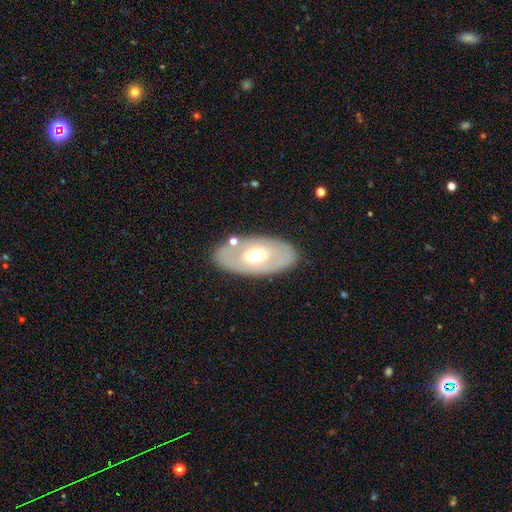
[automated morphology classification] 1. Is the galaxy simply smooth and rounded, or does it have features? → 51% featured or disk, 44% smooth, 6% star or artifact.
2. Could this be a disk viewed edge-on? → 85% no, 15% yes.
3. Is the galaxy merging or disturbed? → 79% none, 12% minor disturbance, 5% major disturbance, 4% merger.